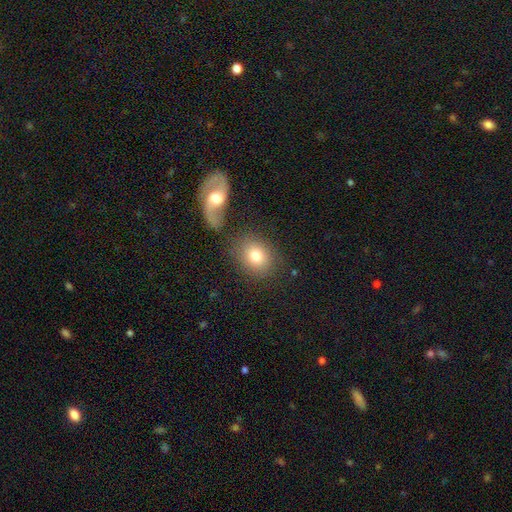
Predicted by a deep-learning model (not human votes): The model was most divided on "how rounded": round: 53%, in between: 46%, cigar-shaped: 1%. More confident: smooth or featured — smooth (77%); merging — none (70%).